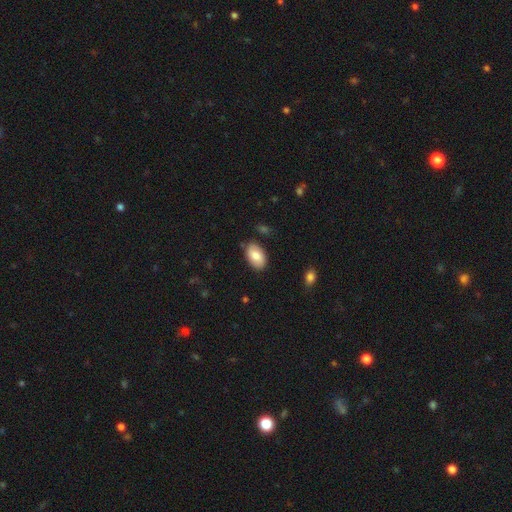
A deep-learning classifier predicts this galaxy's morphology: type=smooth (82%); roundness=in between (93%); merging=none (82%).